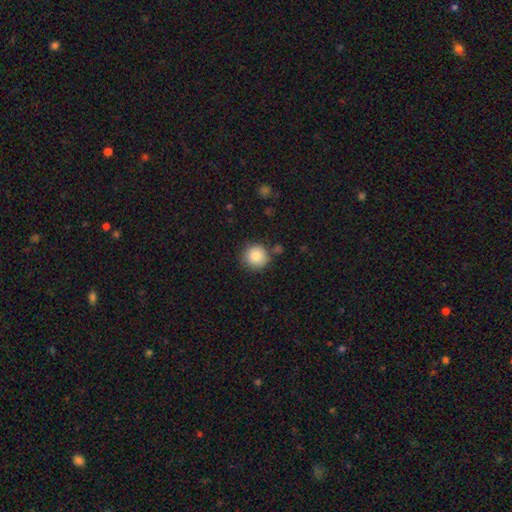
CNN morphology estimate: smooth_or_featured: smooth (p=0.84) [alt: star or artifact p=0.09]
how_rounded: round (p=0.94) [alt: in between p=0.05]
merging: none (p=0.81) [alt: minor disturbance p=0.11]